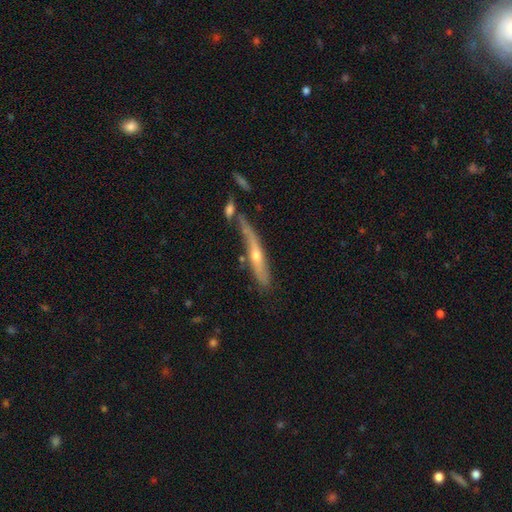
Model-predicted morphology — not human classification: A featured or disk galaxy (66%) viewed edge-on (84%) with a rounded central bulge (83%).

Vote fractions:
- Smooth or featured? featured or disk: 66% / smooth: 26% / star or artifact: 8%
- Edge-on disk? yes: 84% / no: 16%
- Edge-on bulge? rounded: 83% / none: 14% / boxy: 3%
- Merging? none: 50% / minor disturbance: 22% / merger: 19% / major disturbance: 9%